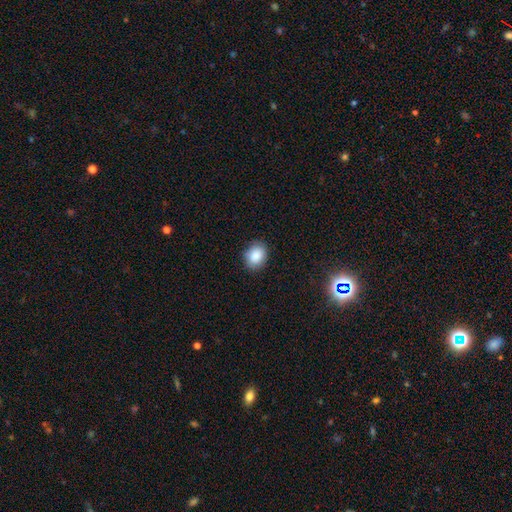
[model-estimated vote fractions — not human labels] Smooth or featured: smooth — 87% (star or artifact — 8%)
How rounded: in between — 53% (round — 46%)
Merging: none — 84% (minor disturbance — 12%)